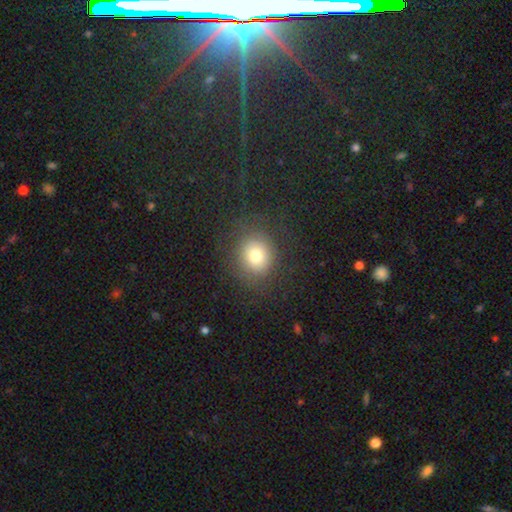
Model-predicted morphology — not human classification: A smooth galaxy with no disk features (74%) that is round (80%). Merging: none (80%).